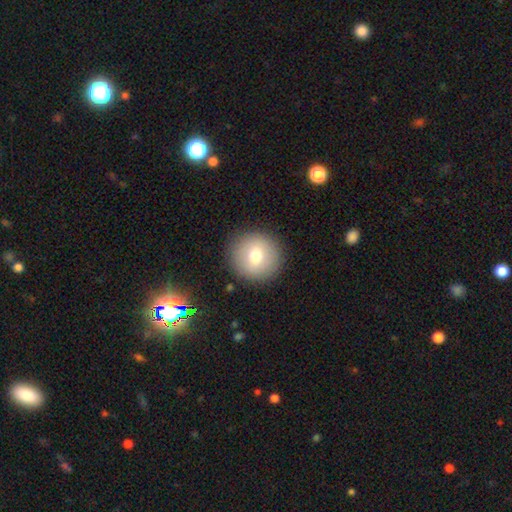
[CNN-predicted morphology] This is likely a smooth galaxy (75%). How rounded: clearly round (95%). Merging: clearly none (90%).